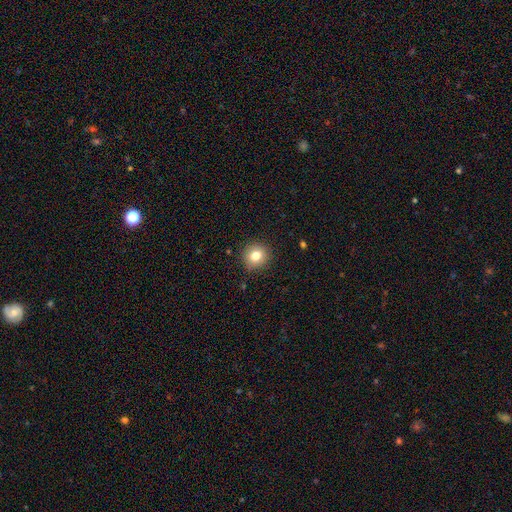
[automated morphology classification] smooth_or_featured: smooth (p=0.80) [alt: star or artifact p=0.11]
how_rounded: round (p=0.90) [alt: in between p=0.09]
merging: none (p=0.89) [alt: minor disturbance p=0.08]